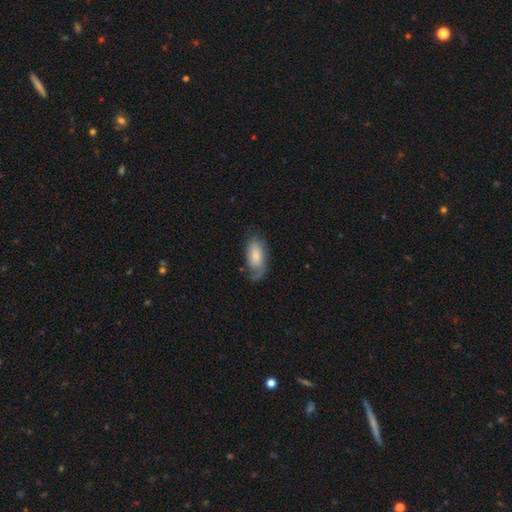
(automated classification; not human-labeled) Smooth or featured? Predicted: smooth (p=0.60). How rounded? Predicted: in between (p=0.92). Merging? Predicted: none (p=0.51).